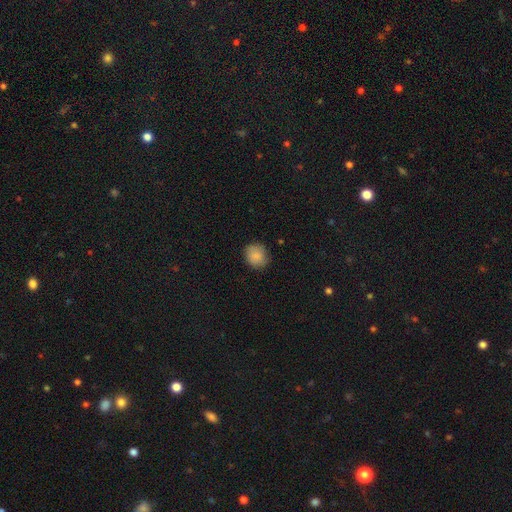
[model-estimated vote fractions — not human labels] Overall: smooth (86%). How rounded: round (80%). Merging: none (80%).